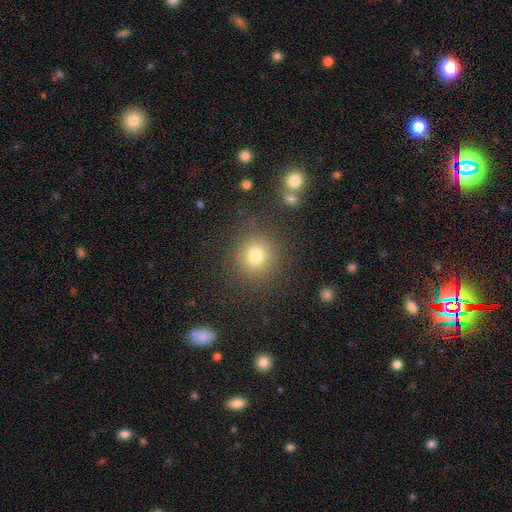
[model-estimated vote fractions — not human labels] Overall: smooth (77%). How rounded: round (89%). Merging: none (85%).